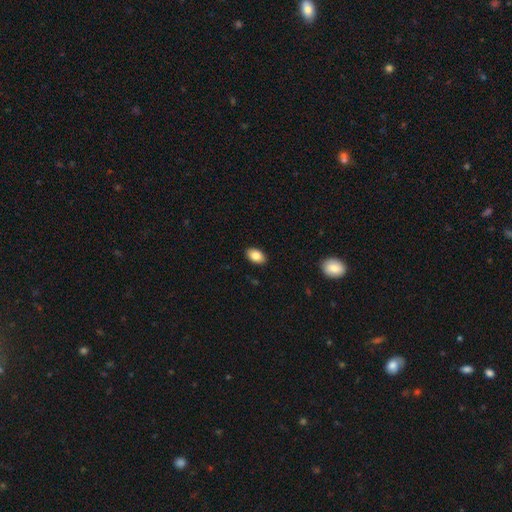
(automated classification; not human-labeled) This appears to be a smooth galaxy with no disk features (85%) that is in between round and cigar-shaped (90%). Merging: none (89%).